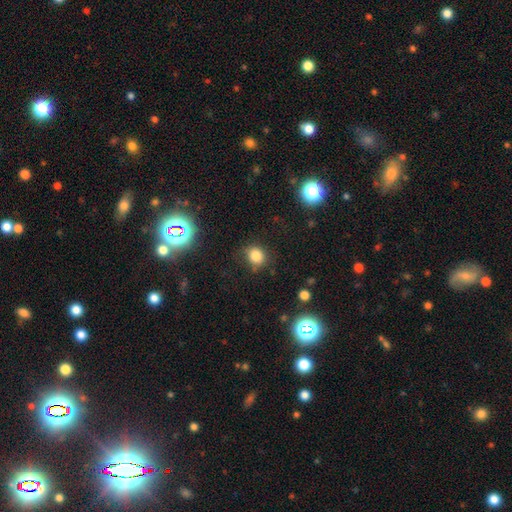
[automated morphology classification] smooth_or_featured: smooth (p=0.81) [alt: star or artifact p=0.14]
how_rounded: round (p=0.70) [alt: in between p=0.29]
merging: none (p=0.78) [alt: minor disturbance p=0.15]